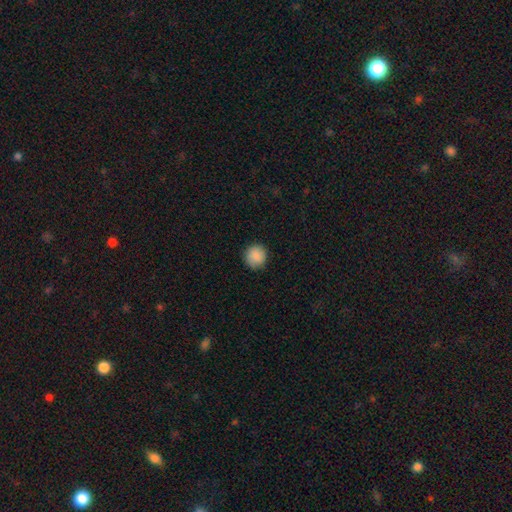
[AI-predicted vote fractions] smooth_or_featured: smooth (p=0.89) [alt: star or artifact p=0.08]
how_rounded: round (p=0.92) [alt: in between p=0.07]
merging: none (p=0.88) [alt: minor disturbance p=0.08]